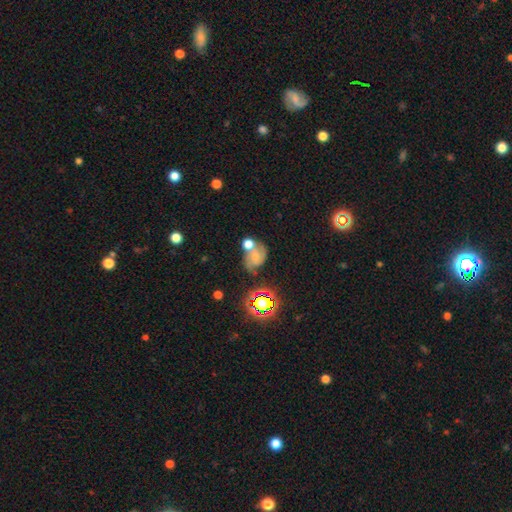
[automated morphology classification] A featured or disk galaxy (55%) with no bar (60%), spiral arms (87%) and a small central bulge (52%). Merging: none (38%).